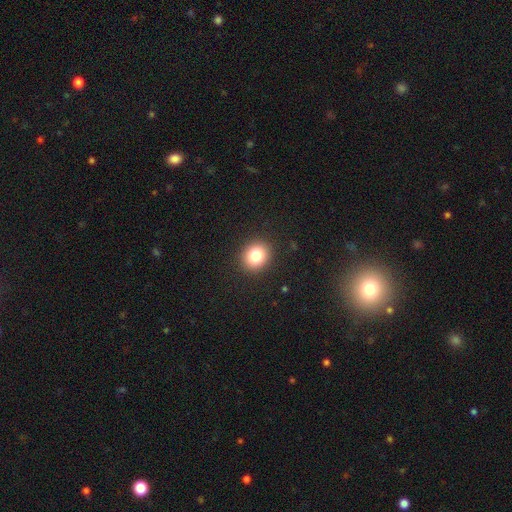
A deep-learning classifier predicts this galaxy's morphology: Smooth or featured? Predicted: smooth (p=0.82). How rounded? Predicted: round (p=0.73). Merging? Predicted: none (p=0.91).